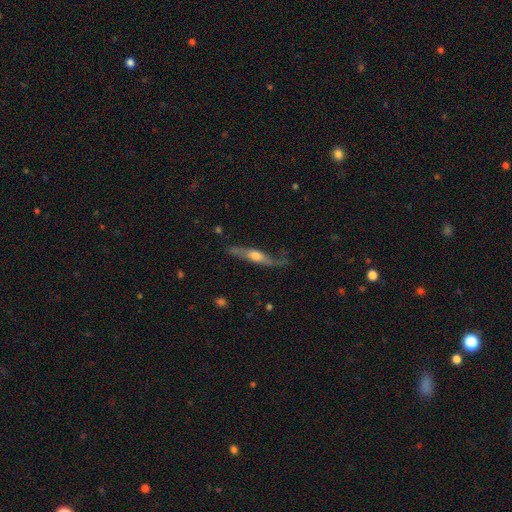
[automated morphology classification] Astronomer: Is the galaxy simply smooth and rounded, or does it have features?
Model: featured or disk — 67%.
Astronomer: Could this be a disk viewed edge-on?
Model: yes — 78%.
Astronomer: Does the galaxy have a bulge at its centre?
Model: rounded — 83%.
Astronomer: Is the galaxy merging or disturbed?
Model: none — 62%.